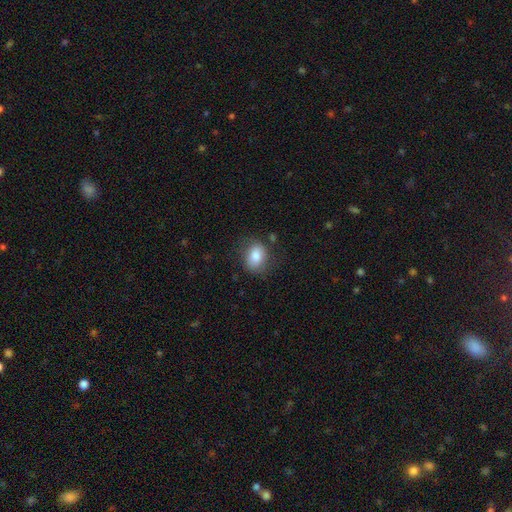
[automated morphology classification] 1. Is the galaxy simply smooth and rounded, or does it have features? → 82% smooth, 10% featured or disk, 8% star or artifact.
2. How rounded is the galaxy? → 64% in between, 35% round, 1% cigar-shaped.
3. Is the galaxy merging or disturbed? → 74% none, 18% minor disturbance, 6% major disturbance, 2% merger.